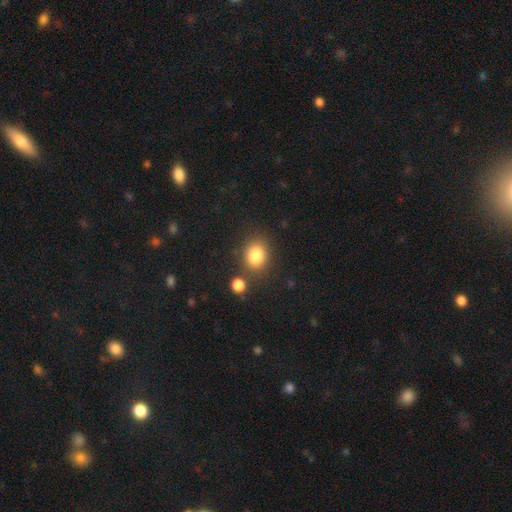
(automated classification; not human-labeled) Smooth or featured? Predicted: smooth (p=0.83). How rounded? Predicted: round (p=0.59). Merging? Predicted: none (p=0.76).